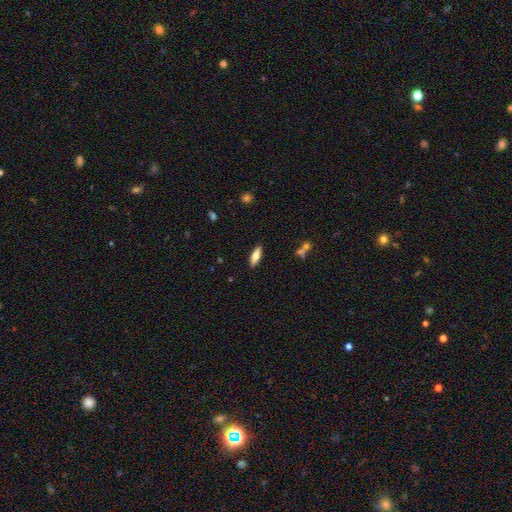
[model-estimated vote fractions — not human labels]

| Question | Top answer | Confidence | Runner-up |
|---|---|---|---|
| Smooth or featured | smooth | 65% | featured or disk (28%) |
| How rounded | in between | 54% | cigar-shaped (43%) |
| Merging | none | 88% | minor disturbance (8%) |